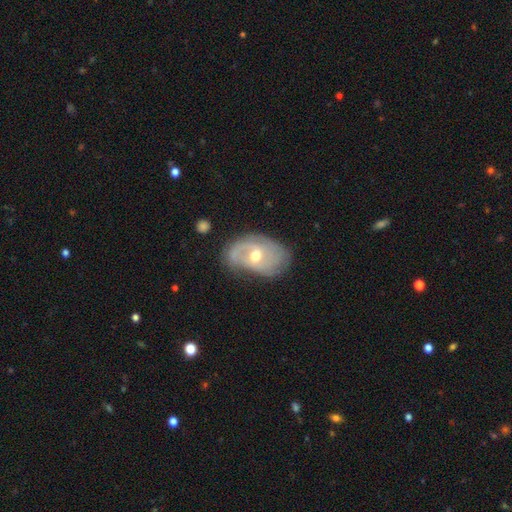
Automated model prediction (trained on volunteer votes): smooth-or-featured: featured or disk: 72% | smooth: 21% | star or artifact: 6%
  disk-edge-on: no: 95% | yes: 5%
    bar: no: 57% | weak: 36% | strong: 8%
    has-spiral-arms: yes: 82% | no: 18%
      spiral-winding: tight: 45% | medium: 35% | loose: 19%
      spiral-arm-count: 2: 41% | can't tell: 30% | 1: 14% | 3: 10% | 4: 3% | more than 4: 2%
    bulge-size: moderate: 68% | small: 27% | large: 3% | none: 1% | dominant: 1%
  merging: none: 58% | minor disturbance: 28% | major disturbance: 12% | merger: 2%